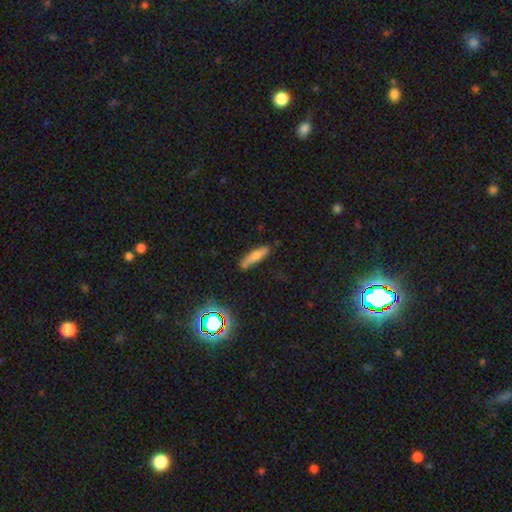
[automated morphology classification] Smooth or featured: smooth — 66% (featured or disk — 24%)
How rounded: cigar-shaped — 76% (in between — 21%)
Merging: none — 72% (minor disturbance — 20%)